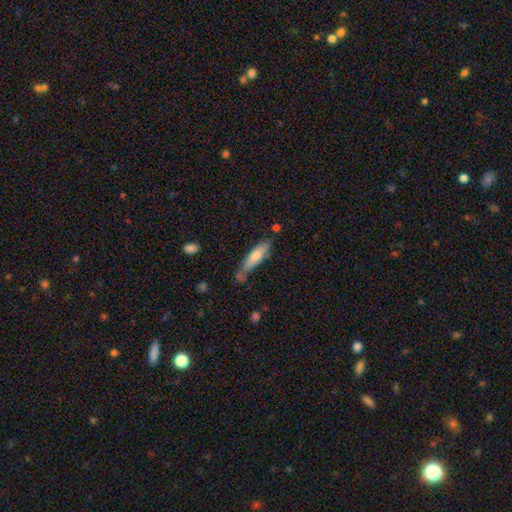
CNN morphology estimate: A smooth galaxy with no disk features (65%) that is cigar-shaped (73%).

Vote fractions:
- Smooth or featured? smooth: 65% / featured or disk: 28% / star or artifact: 7%
- How rounded? cigar-shaped: 73% / in between: 25% / round: 2%
- Merging? none: 65% / minor disturbance: 23% / merger: 7% / major disturbance: 5%